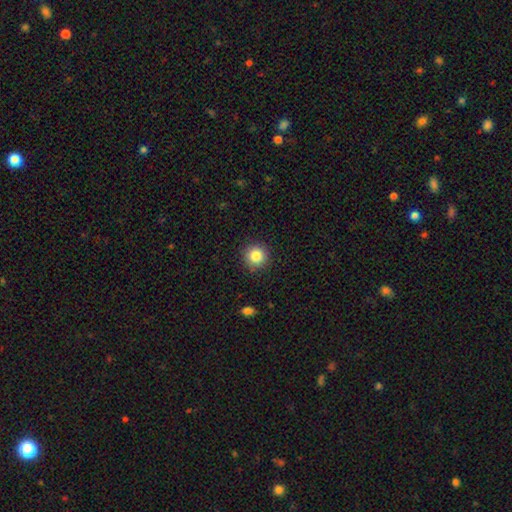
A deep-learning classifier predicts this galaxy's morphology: Smooth or featured?
  - smooth: 84% *
  - star or artifact: 10%
  - featured or disk: 6%
How rounded?
  - round: 94% *
  - in between: 5%
  - cigar-shaped: 1%
Merging?
  - none: 91% *
  - minor disturbance: 6%
  - major disturbance: 2%
  - merger: 1%